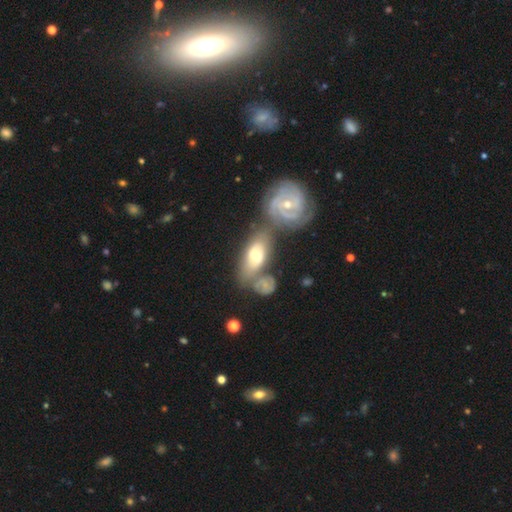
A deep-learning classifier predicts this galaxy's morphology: Overall: featured or disk (56%; smooth 37%). Edge-on disk: no (90%). Bar: no (61%; weak 27%). Spiral arms: yes (79%). Bulge size: moderate (61%; small 30%). Merging: none (41%; merger 34%).